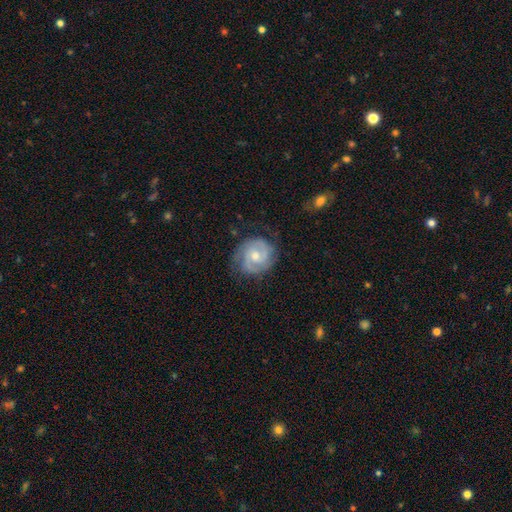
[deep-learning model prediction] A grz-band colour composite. It shows a featured or disk galaxy (78%) with no bar (61%), 2 (67%) tight (53%) spiral arms (94%) and a moderate central bulge (57%). Merging: none (73%).